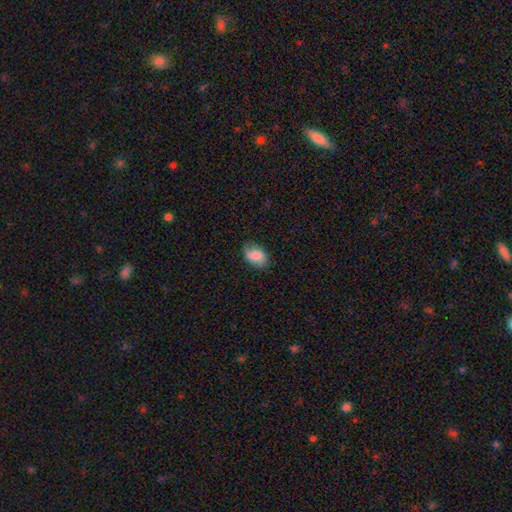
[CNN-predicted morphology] Overall: smooth (82%). How rounded: in between (84%). Merging: none (72%).